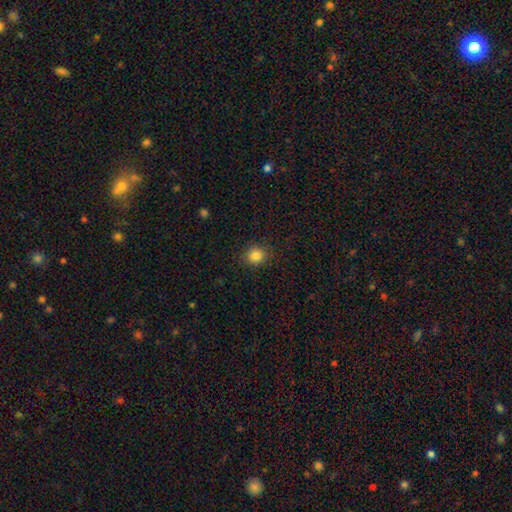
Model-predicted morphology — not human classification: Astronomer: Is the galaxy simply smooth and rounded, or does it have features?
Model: smooth — 85%.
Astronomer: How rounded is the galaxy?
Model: round — 84%.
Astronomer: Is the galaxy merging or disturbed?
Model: none — 89%.